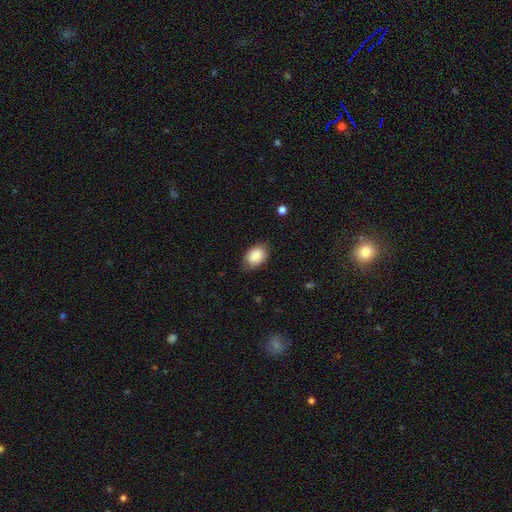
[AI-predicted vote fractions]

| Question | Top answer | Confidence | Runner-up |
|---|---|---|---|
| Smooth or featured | smooth | 86% | star or artifact (7%) |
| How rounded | in between | 78% | round (21%) |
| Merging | none | 73% | minor disturbance (22%) |